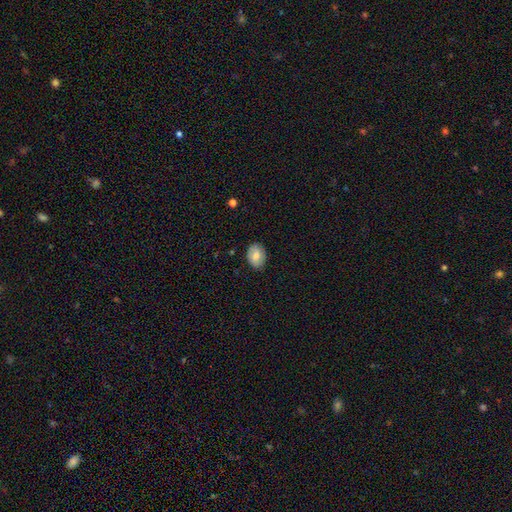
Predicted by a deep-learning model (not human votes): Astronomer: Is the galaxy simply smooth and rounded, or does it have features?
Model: smooth — 72%.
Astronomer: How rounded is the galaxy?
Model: in between — 72%.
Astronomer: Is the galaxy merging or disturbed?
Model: none — 84%.